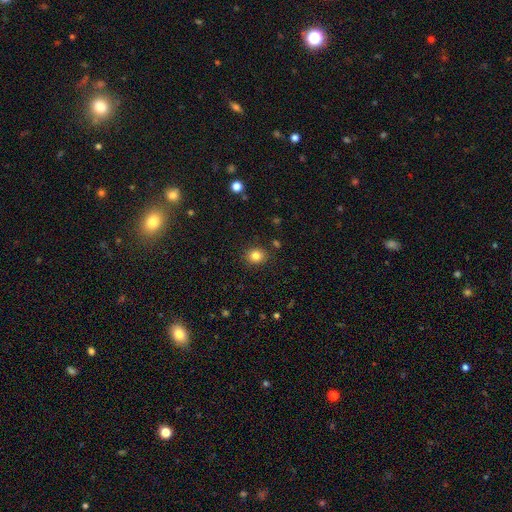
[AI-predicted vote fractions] Smooth or featured? Predicted: smooth (p=0.83). How rounded? Predicted: round (p=0.72). Merging? Predicted: none (p=0.88).